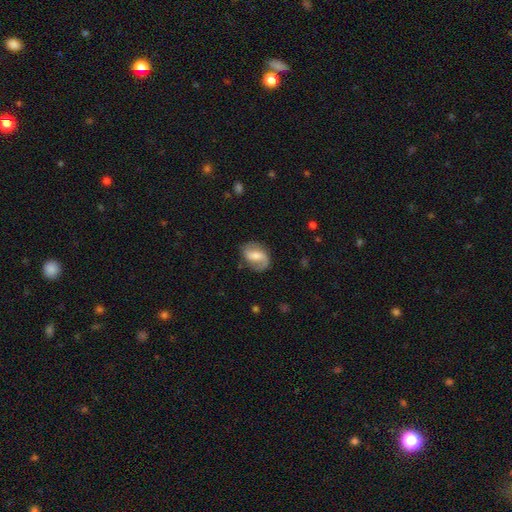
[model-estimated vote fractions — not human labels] A featured or disk galaxy (68%) with a weak bar (47%), 2 (79%) medium (43%) spiral arms (91%) and a moderate central bulge (42%). Merging: none (74%).